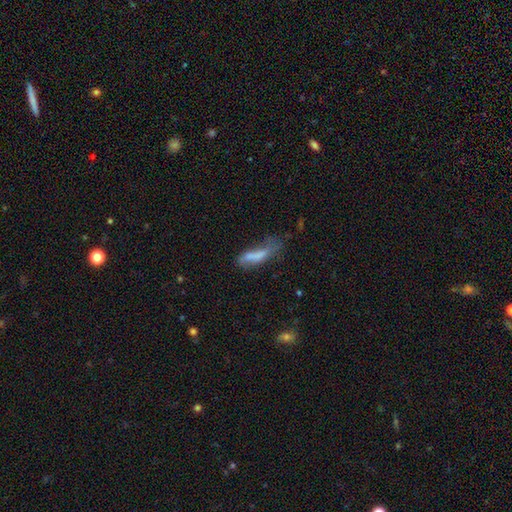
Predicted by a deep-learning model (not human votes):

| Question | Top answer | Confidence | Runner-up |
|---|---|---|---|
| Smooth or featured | smooth | 61% | featured or disk (29%) |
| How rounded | cigar-shaped | 55% | in between (43%) |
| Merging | major disturbance | 35% | minor disturbance (29%) |